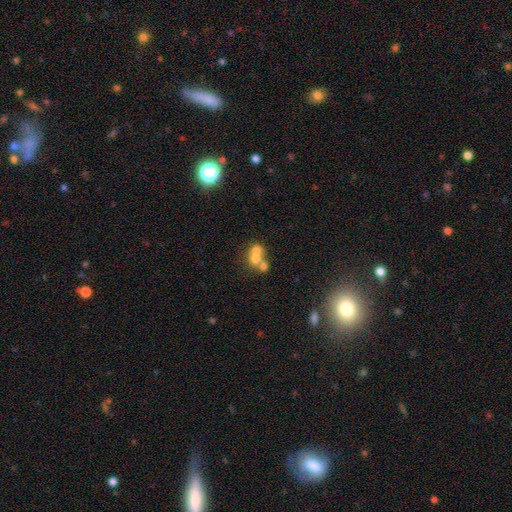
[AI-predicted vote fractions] A smooth galaxy with no disk features (59%) that is round (71%). Merging: merger (63%).